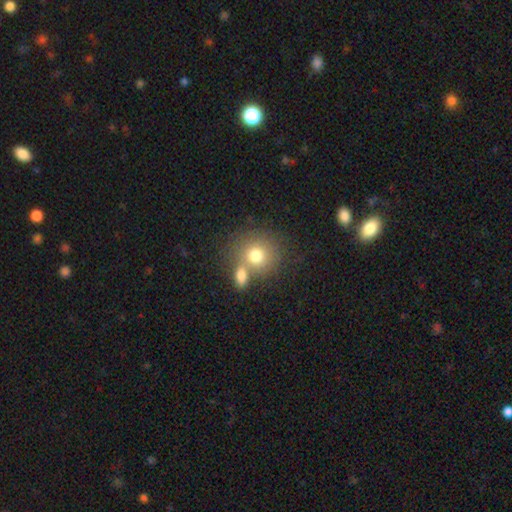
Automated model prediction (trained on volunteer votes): The model was most divided on "merging": none: 55%, merger: 32%, minor disturbance: 9%, major disturbance: 4%. More confident: how rounded — round (82%); smooth or featured — smooth (73%).